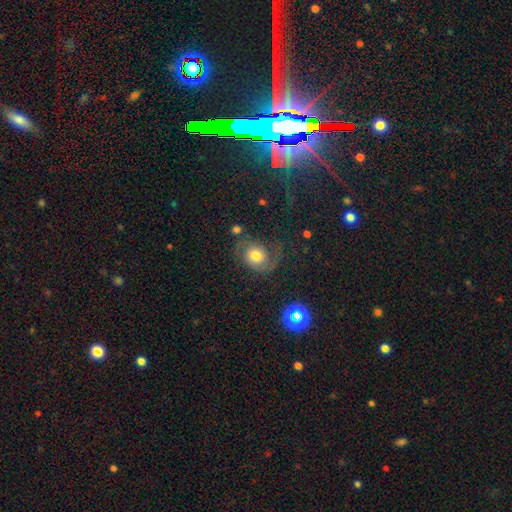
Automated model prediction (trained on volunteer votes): Morphology: type=featured or disk (45%); merging=none (54%).